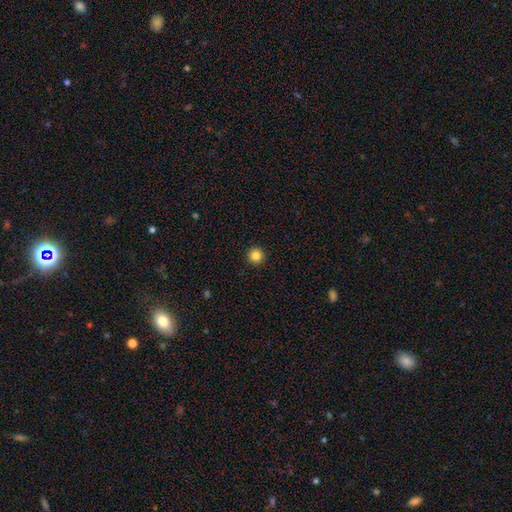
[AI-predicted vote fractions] Q: Smooth or featured?
A: smooth (84%); runner-up: star or artifact (11%)
Q: How rounded?
A: round (96%); runner-up: in between (3%)
Q: Merging?
A: none (93%); runner-up: minor disturbance (4%)